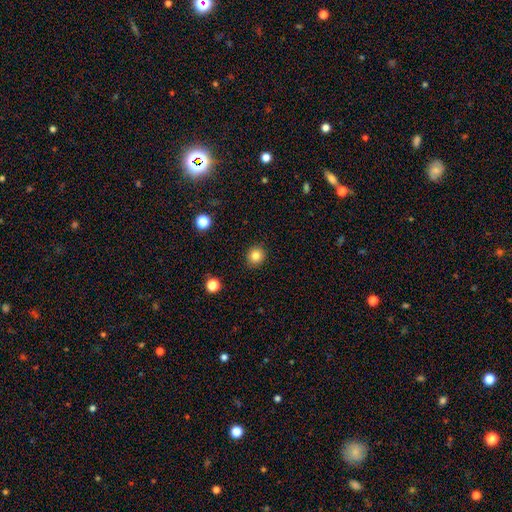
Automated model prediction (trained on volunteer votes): This appears to be a smooth galaxy with no disk features (83%) that is round (86%). Merging: none (91%).